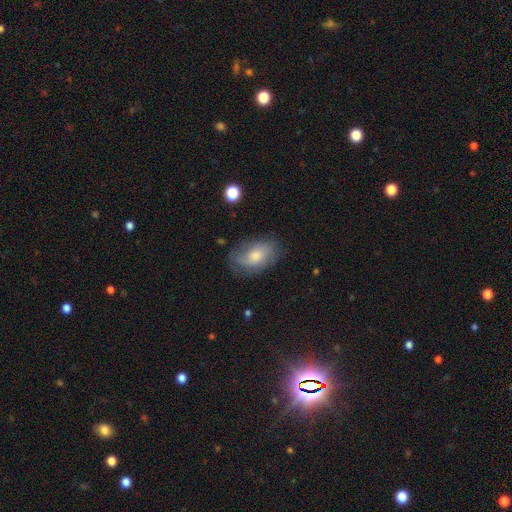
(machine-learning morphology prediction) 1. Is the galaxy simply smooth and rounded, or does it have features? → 55% smooth, 37% featured or disk, 8% star or artifact.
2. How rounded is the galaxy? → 88% in between, 10% round, 2% cigar-shaped.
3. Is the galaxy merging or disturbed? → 62% none, 25% minor disturbance, 11% major disturbance, 2% merger.